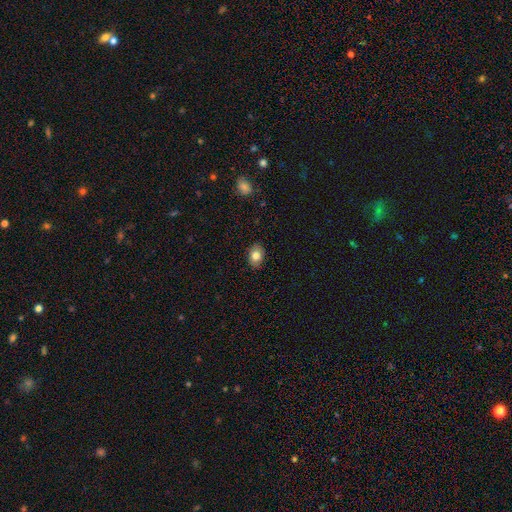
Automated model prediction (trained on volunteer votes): smooth 80%, featured or disk 11%, star or artifact 8%. Down the decision tree: how rounded — in between (78%); merging — none (87%).